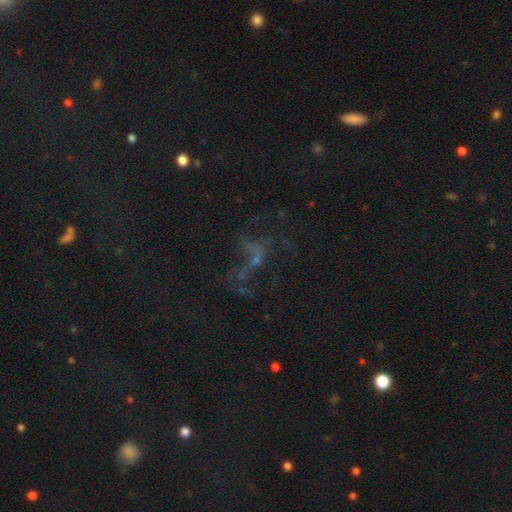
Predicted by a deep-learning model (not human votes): This is possibly a featured or disk galaxy (53%). It is clearly not viewed edge-on (96%). Bar: likely no (72%). Spiral arm pattern: possibly no (59%). Central bulge: possibly none (49%). Merging: marginally none (41%).